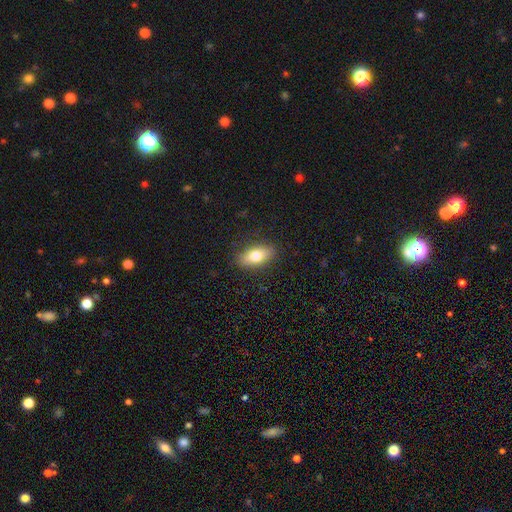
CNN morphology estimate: This appears to be a smooth galaxy with no disk features (75%) that is in between round and cigar-shaped (83%). Merging: none (87%).